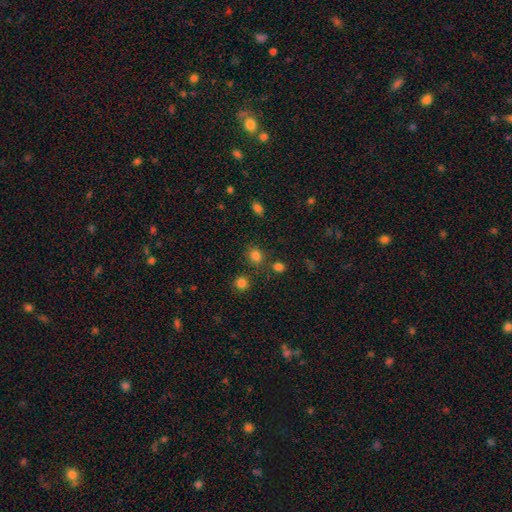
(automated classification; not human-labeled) Smooth or featured: smooth — 81% (star or artifact — 15%)
How rounded: round — 77% (in between — 22%)
Merging: none — 78% (minor disturbance — 9%)